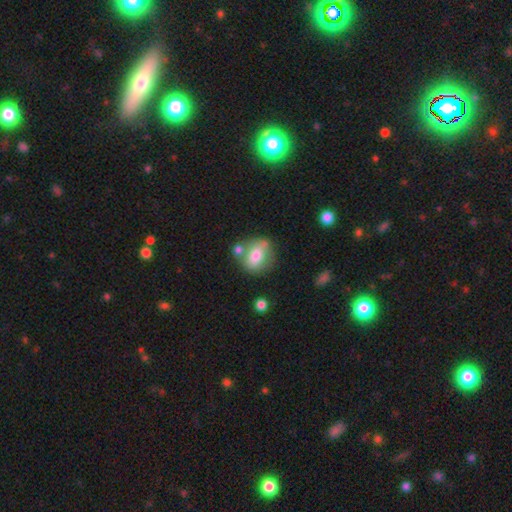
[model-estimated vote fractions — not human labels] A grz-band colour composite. It shows a smooth galaxy with no disk features (64%) that is round (51%). Merging: none (55%).